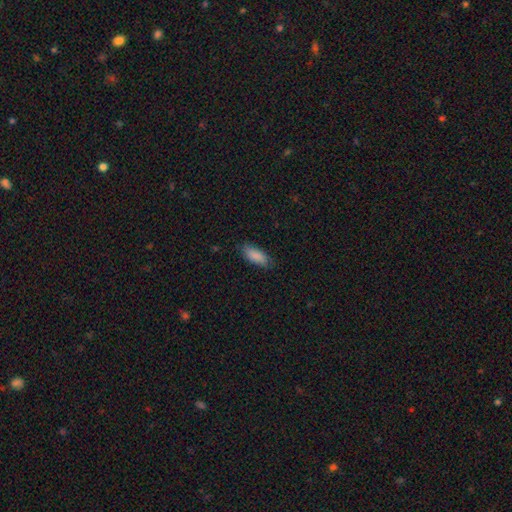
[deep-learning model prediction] Smooth or featured? smooth (88%)
How rounded? in between (81%)
Merging? none (80%)